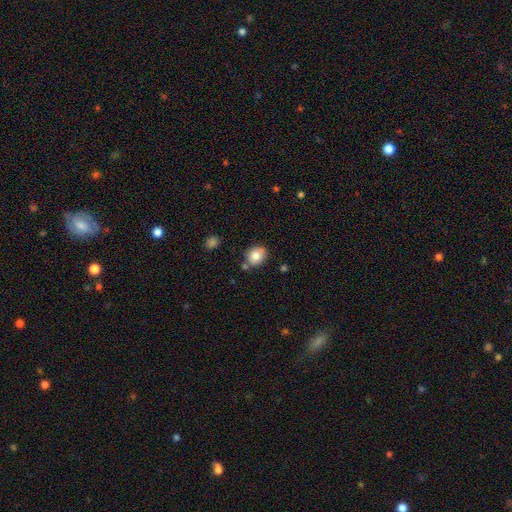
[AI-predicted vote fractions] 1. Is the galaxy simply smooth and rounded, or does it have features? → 82% smooth, 9% star or artifact, 9% featured or disk.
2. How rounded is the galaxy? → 62% round, 37% in between, 1% cigar-shaped.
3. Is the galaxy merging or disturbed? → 71% none, 16% minor disturbance, 10% merger, 3% major disturbance.